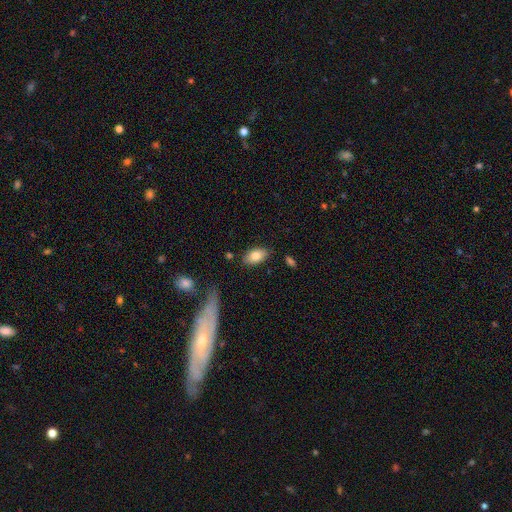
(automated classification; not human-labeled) Smooth or featured?
  - smooth: 81% *
  - featured or disk: 12%
  - star or artifact: 7%
How rounded?
  - in between: 92% *
  - round: 4%
  - cigar-shaped: 3%
Merging?
  - none: 81% *
  - minor disturbance: 13%
  - major disturbance: 3%
  - merger: 3%